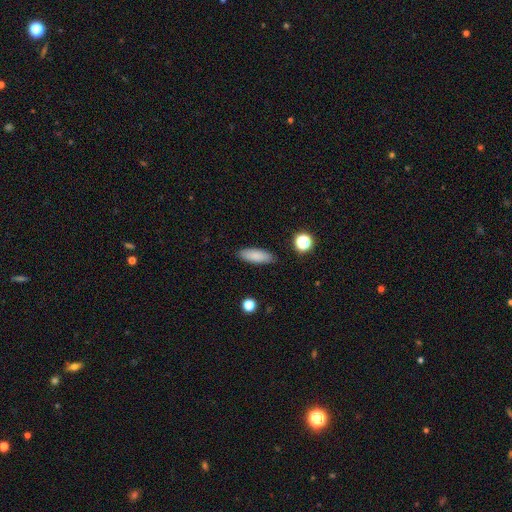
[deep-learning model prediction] Smooth or featured: smooth — 85% (star or artifact — 7%)
How rounded: in between — 60% (cigar-shaped — 38%)
Merging: none — 88% (minor disturbance — 9%)